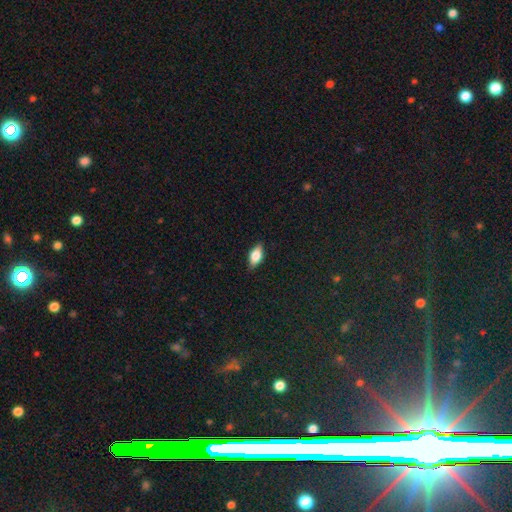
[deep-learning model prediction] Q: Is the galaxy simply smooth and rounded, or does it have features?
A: smooth — 71%.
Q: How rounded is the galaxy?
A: in between — 85%.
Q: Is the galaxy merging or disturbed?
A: none — 86%.